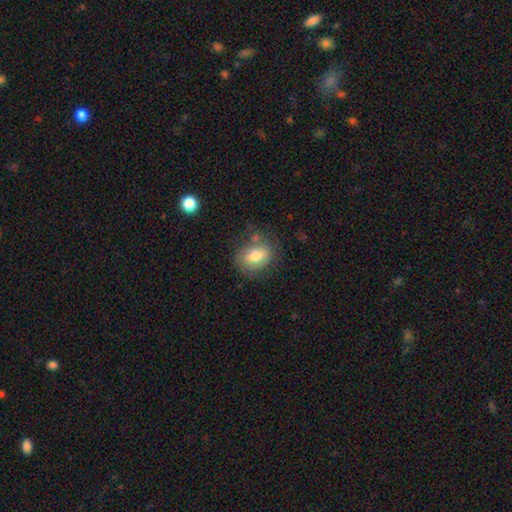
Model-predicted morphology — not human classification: Q: Smooth or featured?
A: smooth (69%); runner-up: featured or disk (23%)
Q: How rounded?
A: in between (59%); runner-up: round (40%)
Q: Merging?
A: none (68%); runner-up: minor disturbance (20%)